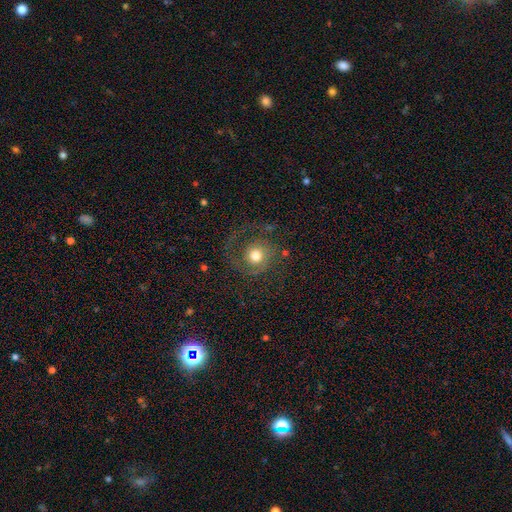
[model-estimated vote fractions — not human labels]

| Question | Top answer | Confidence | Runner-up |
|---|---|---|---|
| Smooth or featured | featured or disk | 57% | smooth (33%) |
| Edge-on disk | no | 97% | yes (3%) |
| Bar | no | 81% | weak (16%) |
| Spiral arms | yes | 82% | no (18%) |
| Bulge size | moderate | 66% | large (21%) |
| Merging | none | 58% | major disturbance (25%) |